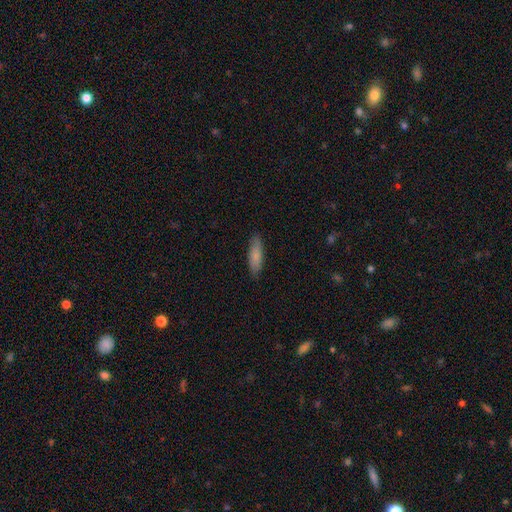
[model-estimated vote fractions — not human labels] The model was most divided on "how rounded": cigar-shaped: 51%, in between: 47%, round: 2%. More confident: merging — none (86%); smooth or featured — smooth (81%).